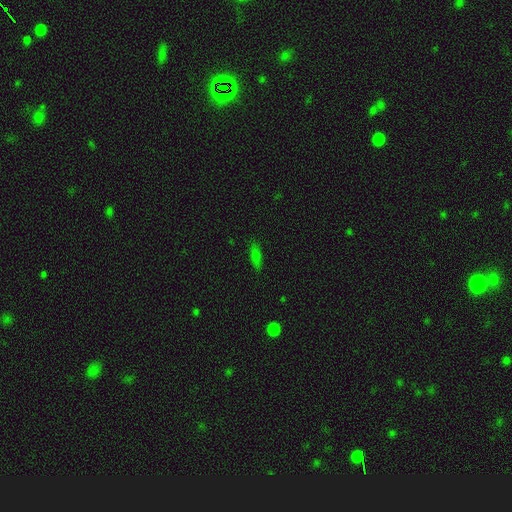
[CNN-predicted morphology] smooth-or-featured: smooth: 67% | featured or disk: 19% | star or artifact: 14%
  how-rounded: in between: 54% | cigar-shaped: 41% | round: 4%
  merging: none: 84% | minor disturbance: 12% | major disturbance: 3% | merger: 1%